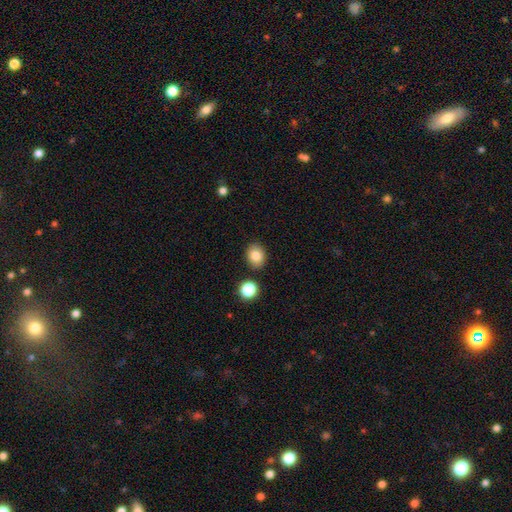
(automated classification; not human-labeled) Smooth or featured? Predicted: smooth (p=0.84). How rounded? Predicted: in between (p=0.54). Merging? Predicted: none (p=0.85).